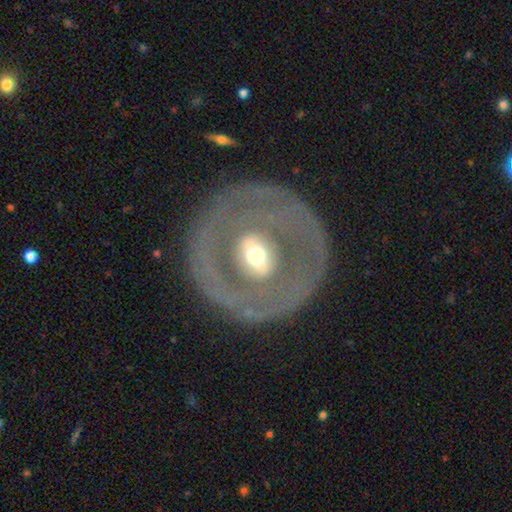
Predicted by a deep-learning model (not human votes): Smooth or featured?
  - featured or disk: 68% *
  - smooth: 25%
  - star or artifact: 7%
Edge-on disk?
  - no: 92% *
  - yes: 8%
Bar?
  - no: 44% *
  - weak: 30%
  - strong: 25%
Spiral arms?
  - no: 73% *
  - yes: 27%
Bulge size?
  - moderate: 61% *
  - small: 24%
  - large: 12%
  - dominant: 2%
  - none: 1%
Merging?
  - none: 76% *
  - minor disturbance: 11%
  - major disturbance: 11%
  - merger: 2%